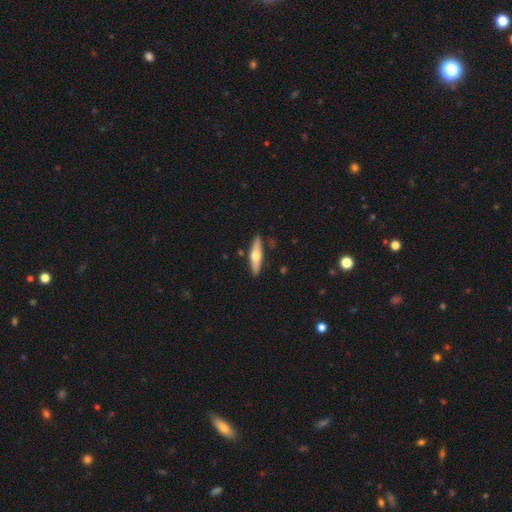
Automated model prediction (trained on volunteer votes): Smooth or featured? Predicted: featured or disk (p=0.51). Edge-on disk? Predicted: yes (p=0.90). Merging? Predicted: none (p=0.89).